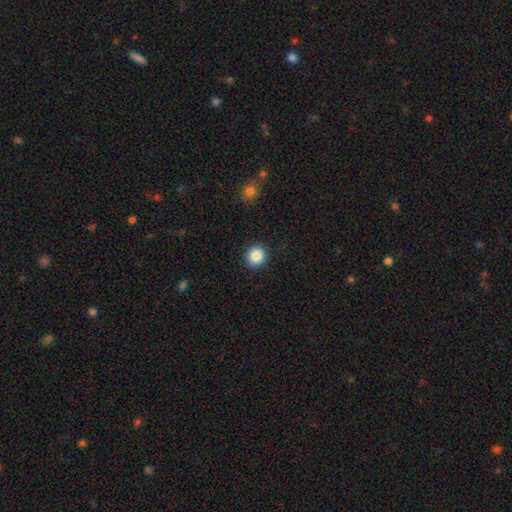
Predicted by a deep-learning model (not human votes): Overall: smooth (87%). How rounded: round (81%). Merging: none (90%).